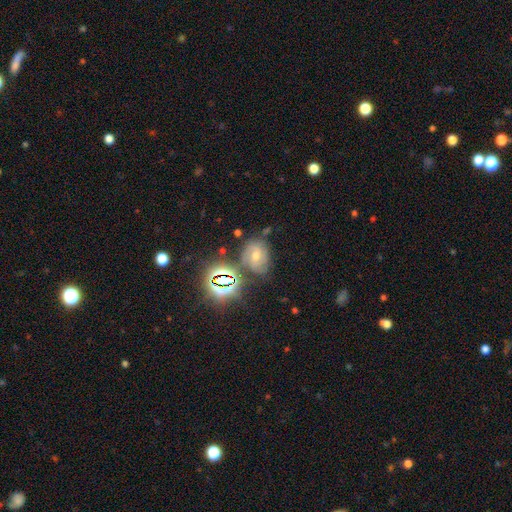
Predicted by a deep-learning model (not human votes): star or artifact 43%, featured or disk 37%, smooth 20%.